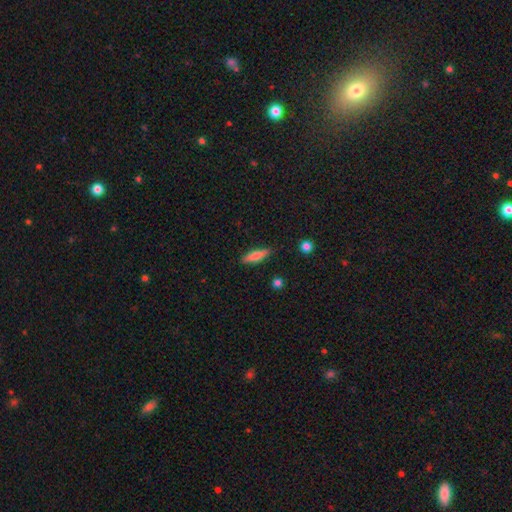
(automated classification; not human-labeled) Smooth or featured? smooth (70%)
How rounded? cigar-shaped (65%)
Merging? none (86%)